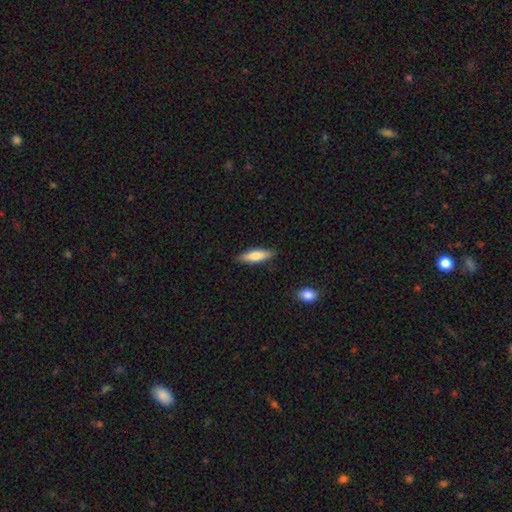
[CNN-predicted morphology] The model was most divided on "how rounded": cigar-shaped: 56%, in between: 42%, round: 2%. More confident: merging — none (87%); smooth or featured — smooth (75%).